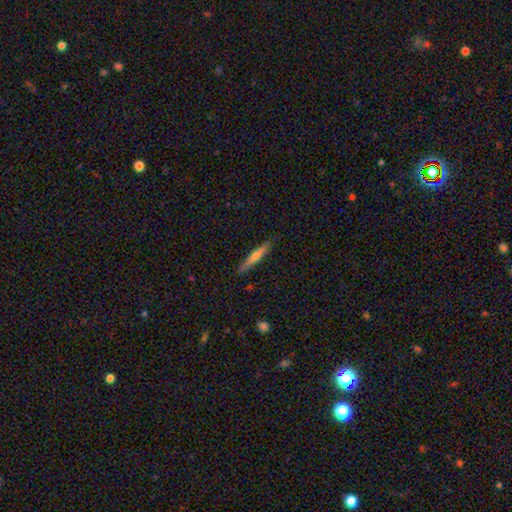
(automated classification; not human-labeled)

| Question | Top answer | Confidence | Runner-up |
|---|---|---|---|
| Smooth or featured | smooth | 49% | featured or disk (45%) |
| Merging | none | 89% | minor disturbance (9%) |